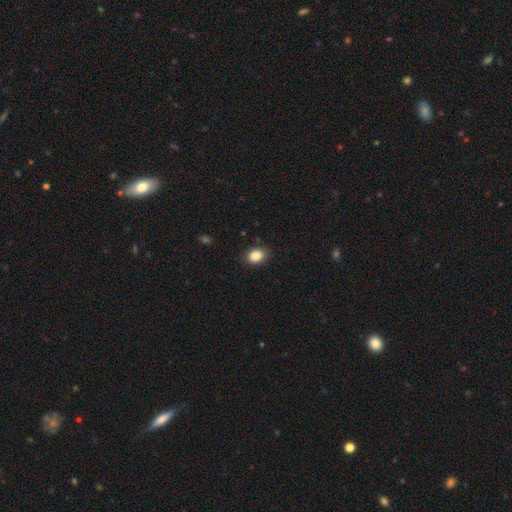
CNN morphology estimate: smooth-or-featured: smooth: 86% | star or artifact: 9% | featured or disk: 5%
  how-rounded: in between: 67% | round: 31% | cigar-shaped: 1%
  merging: none: 84% | minor disturbance: 12% | major disturbance: 3% | merger: 1%